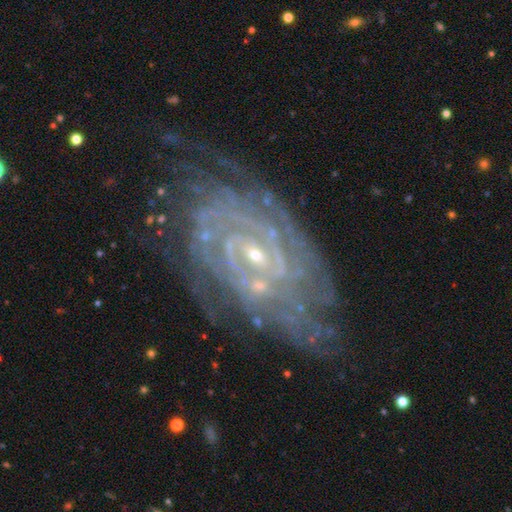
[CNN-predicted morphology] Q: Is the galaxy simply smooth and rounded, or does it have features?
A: featured or disk — 90%.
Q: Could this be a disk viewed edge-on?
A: no — 96%.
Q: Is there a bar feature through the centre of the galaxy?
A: no — 41%, tied with weak.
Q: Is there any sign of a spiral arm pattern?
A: yes — 97%.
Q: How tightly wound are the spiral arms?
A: tight — 78%.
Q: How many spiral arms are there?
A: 2 — 27%.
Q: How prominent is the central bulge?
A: small — 77%.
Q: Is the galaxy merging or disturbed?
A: none — 67%.